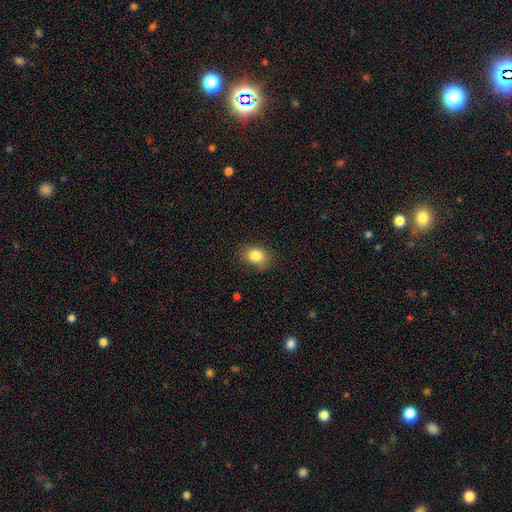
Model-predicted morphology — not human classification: Smooth or featured: smooth — 84% (star or artifact — 10%)
How rounded: in between — 62% (round — 37%)
Merging: none — 81% (minor disturbance — 15%)